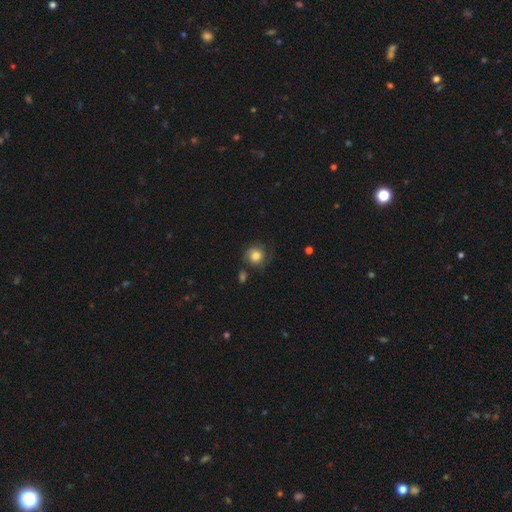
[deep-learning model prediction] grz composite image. It shows a smooth galaxy with no disk features (66%) that is round (86%). Merging: none (68%).